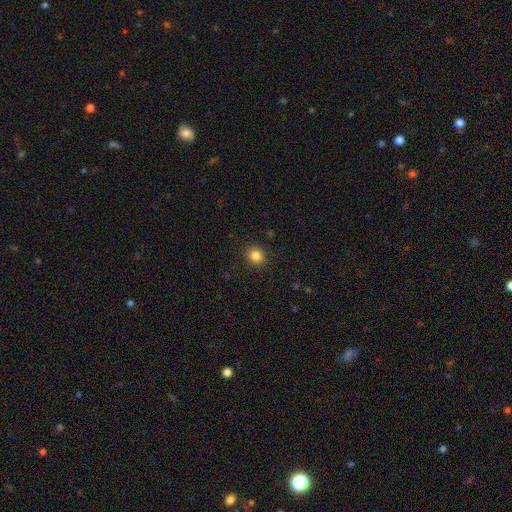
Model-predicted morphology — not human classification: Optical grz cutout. It shows a smooth galaxy with no disk features (85%) that is round (85%). Merging: none (91%).